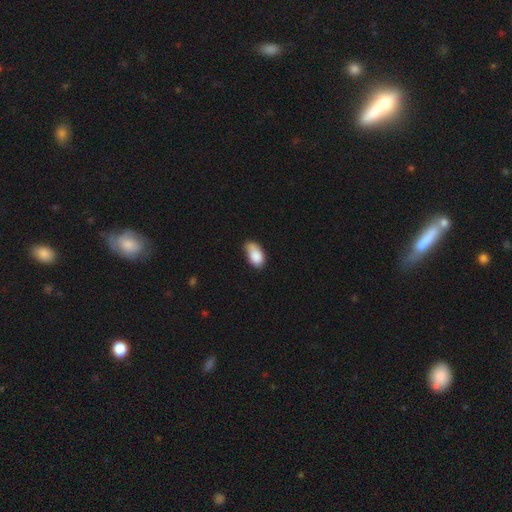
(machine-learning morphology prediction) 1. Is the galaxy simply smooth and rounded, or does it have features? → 84% smooth, 9% featured or disk, 7% star or artifact.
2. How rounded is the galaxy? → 92% in between, 6% round, 2% cigar-shaped.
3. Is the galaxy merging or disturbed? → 44% none, 39% minor disturbance, 9% major disturbance, 8% merger.